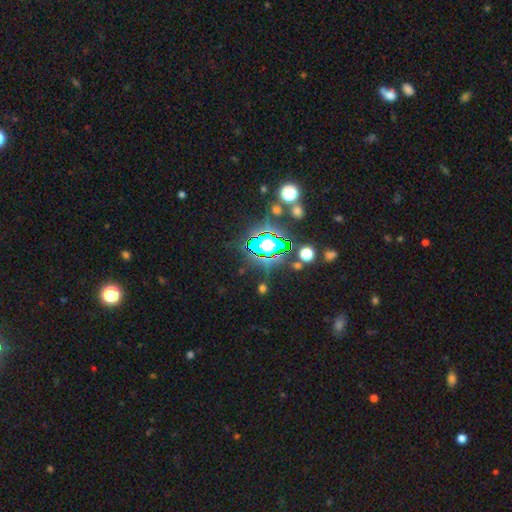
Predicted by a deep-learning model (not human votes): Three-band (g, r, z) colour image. It shows a star or artifact, not a galaxy (79%).